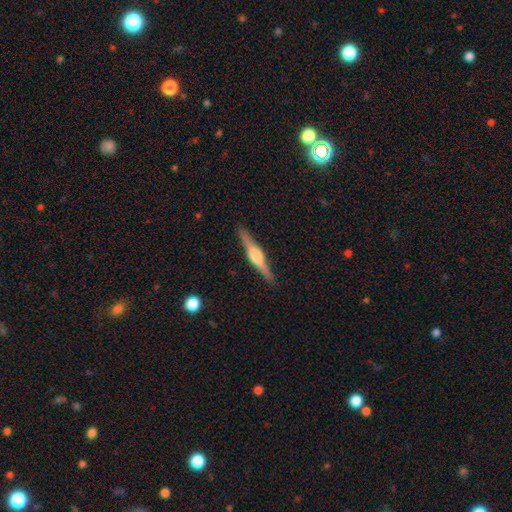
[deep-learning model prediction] Smooth or featured?
  - featured or disk: 79% *
  - smooth: 16%
  - star or artifact: 5%
Edge-on disk?
  - yes: 98% *
  - no: 2%
Edge-on bulge?
  - rounded: 88% *
  - boxy: 10%
  - none: 3%
Merging?
  - none: 91% *
  - minor disturbance: 6%
  - major disturbance: 1%
  - merger: 1%